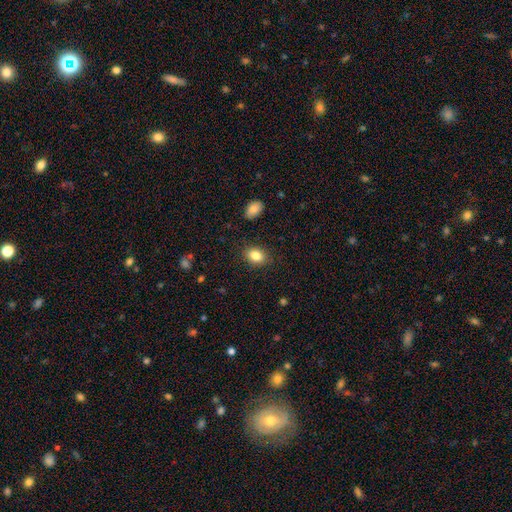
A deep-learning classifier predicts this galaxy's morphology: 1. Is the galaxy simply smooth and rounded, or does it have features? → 84% smooth, 9% star or artifact, 7% featured or disk.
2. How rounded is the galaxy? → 74% in between, 25% round, 1% cigar-shaped.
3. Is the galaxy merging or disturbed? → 85% none, 10% minor disturbance, 3% major disturbance, 1% merger.